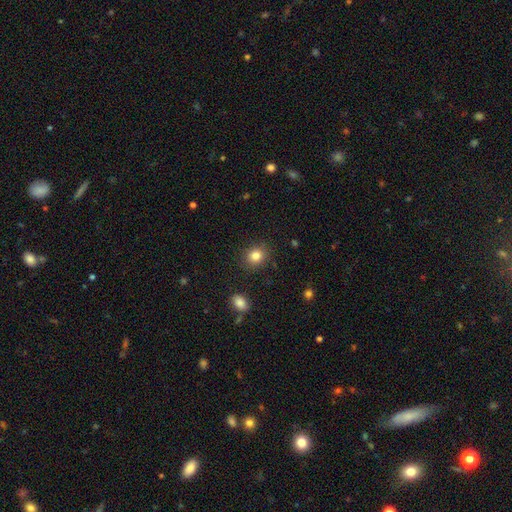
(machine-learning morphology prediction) type=smooth (83%); roundness=round (69%); merging=none (87%).